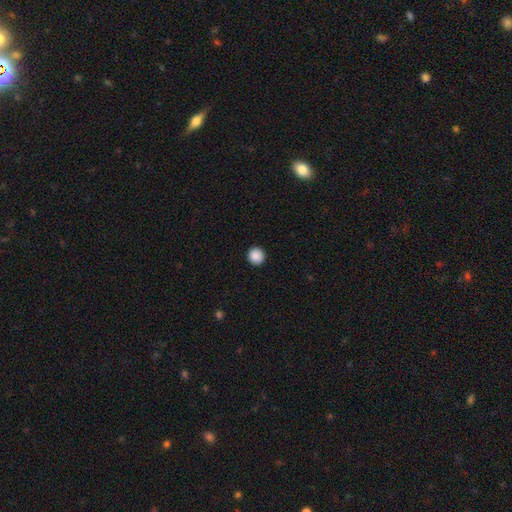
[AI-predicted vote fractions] This is clearly a smooth galaxy (89%). How rounded: clearly round (96%). Merging: clearly none (93%).